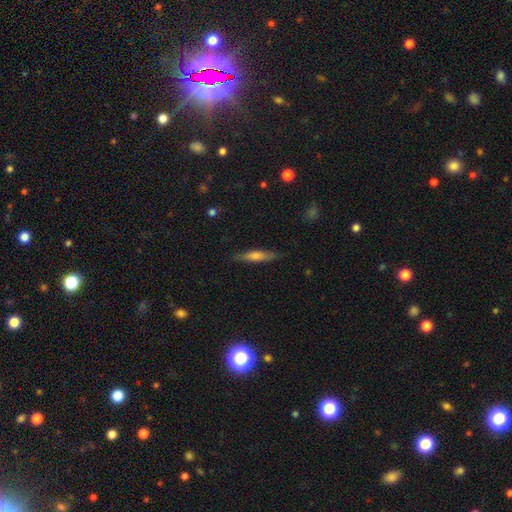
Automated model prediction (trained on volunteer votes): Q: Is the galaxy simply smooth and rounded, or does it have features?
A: smooth — 54%.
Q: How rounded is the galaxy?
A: cigar-shaped — 86%.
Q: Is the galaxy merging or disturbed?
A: none — 86%.